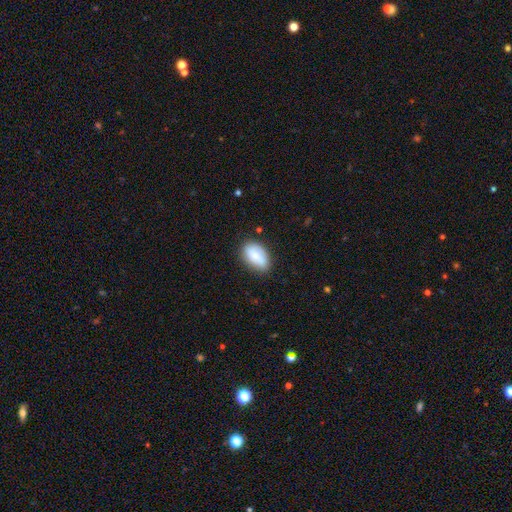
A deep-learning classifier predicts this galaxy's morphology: This appears to be a smooth galaxy with no disk features (80%) that is in between round and cigar-shaped (91%). Merging: none (72%).